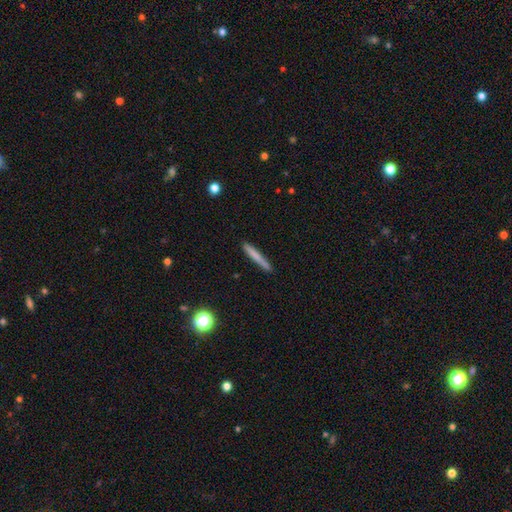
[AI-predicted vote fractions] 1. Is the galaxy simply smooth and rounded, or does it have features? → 70% smooth, 23% featured or disk, 7% star or artifact.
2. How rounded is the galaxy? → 96% cigar-shaped, 2% in between, 1% round.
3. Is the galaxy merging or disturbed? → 89% none, 8% minor disturbance, 2% major disturbance, 1% merger.